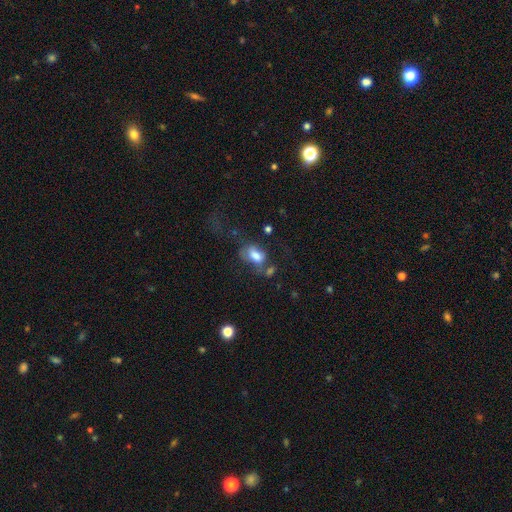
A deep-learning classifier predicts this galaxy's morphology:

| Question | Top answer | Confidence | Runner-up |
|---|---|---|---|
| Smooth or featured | smooth | 69% | featured or disk (21%) |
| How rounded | in between | 84% | round (13%) |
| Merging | none | 31% | major disturbance (29%) |